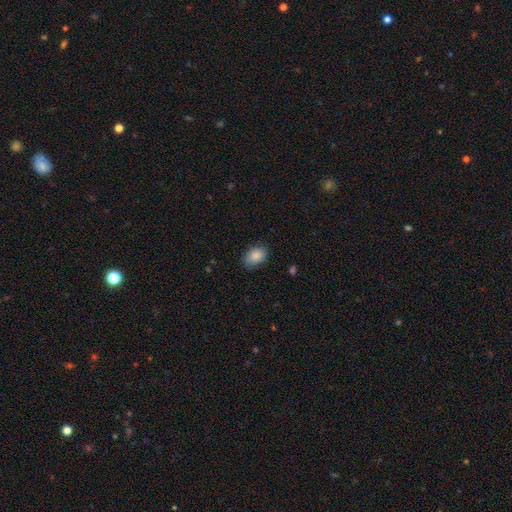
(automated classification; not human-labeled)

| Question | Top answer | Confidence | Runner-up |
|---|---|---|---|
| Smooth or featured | smooth | 86% | star or artifact (8%) |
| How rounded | in between | 83% | round (16%) |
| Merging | none | 80% | minor disturbance (16%) |